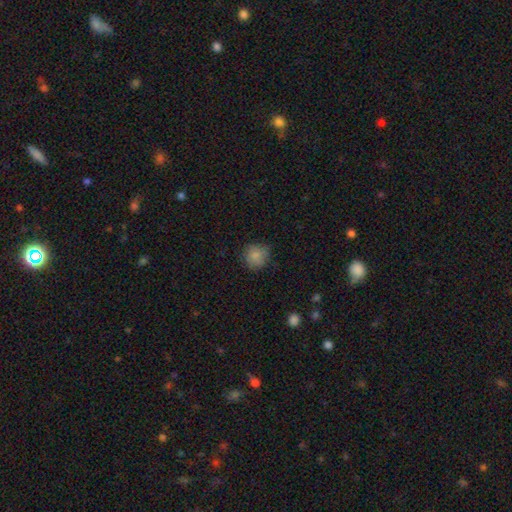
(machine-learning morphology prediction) Smooth or featured? smooth (84%)
How rounded? round (89%)
Merging? none (79%)